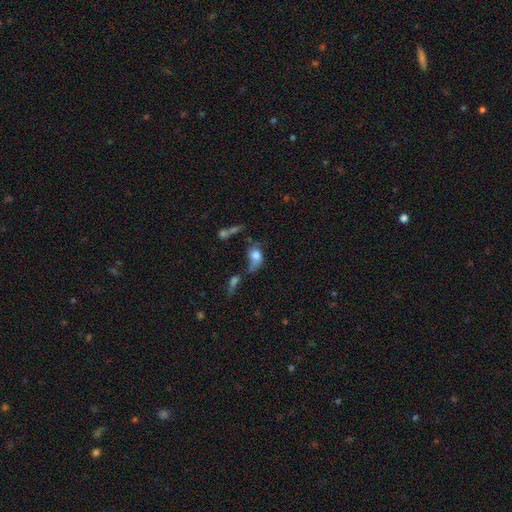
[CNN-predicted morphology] type=smooth (68%); roundness=in between (67%); merging=merger (29%).